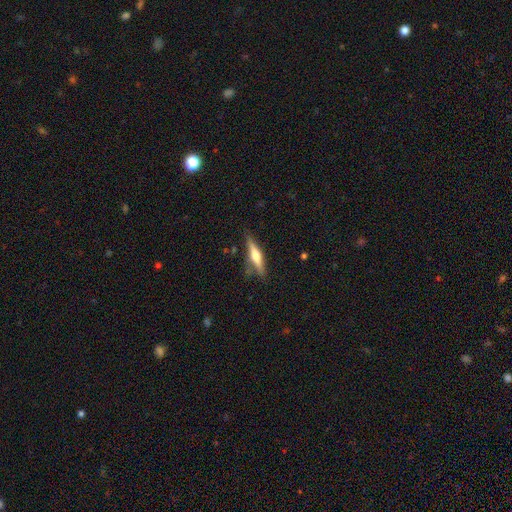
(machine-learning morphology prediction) type=featured or disk (56%); edge-on=yes (95%); edge-on bulge=rounded (88%); merging=none (78%).